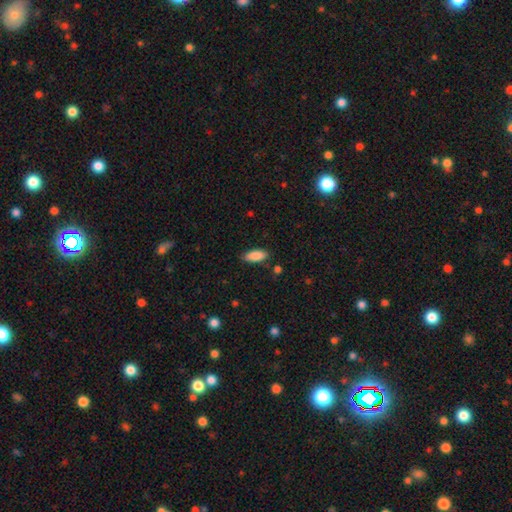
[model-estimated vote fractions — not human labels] The model was most divided on "how rounded": in between: 82%, cigar-shaped: 16%, round: 2%. More confident: smooth or featured — smooth (88%); merging — none (84%).